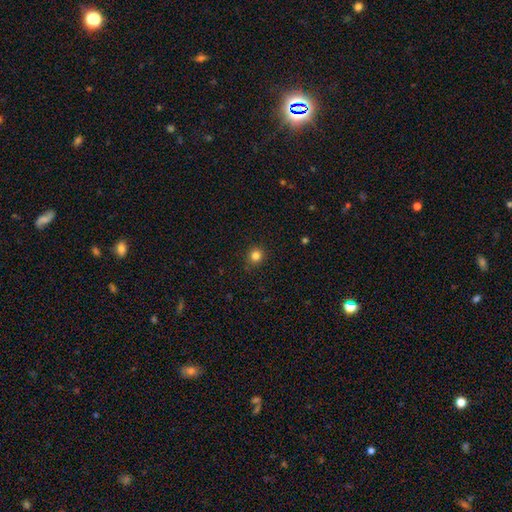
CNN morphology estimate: smooth_or_featured: smooth (p=0.83) [alt: star or artifact p=0.13]
how_rounded: round (p=0.90) [alt: in between p=0.09]
merging: none (p=0.89) [alt: minor disturbance p=0.08]